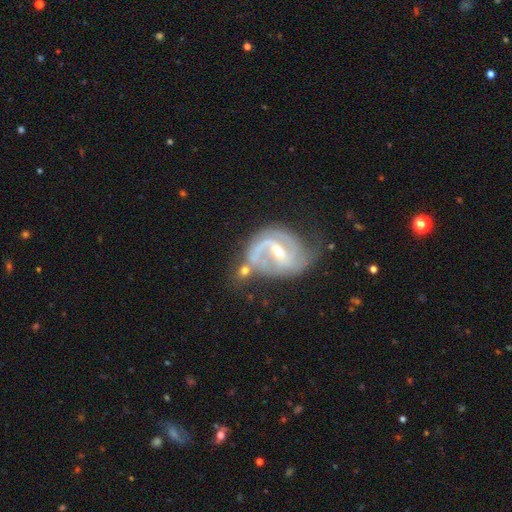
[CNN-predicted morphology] The model was most divided on "bulge size": moderate: 50%, small: 47%, large: 1%, none: 1%, dominant: 1%. Remaining: edge-on disk — no (98%); spiral arms — yes (95%); smooth or featured — featured or disk (88%); spiral arm count — 2 (74%); spiral winding — medium (47%); bar — weak (45%); merging — none (42%).